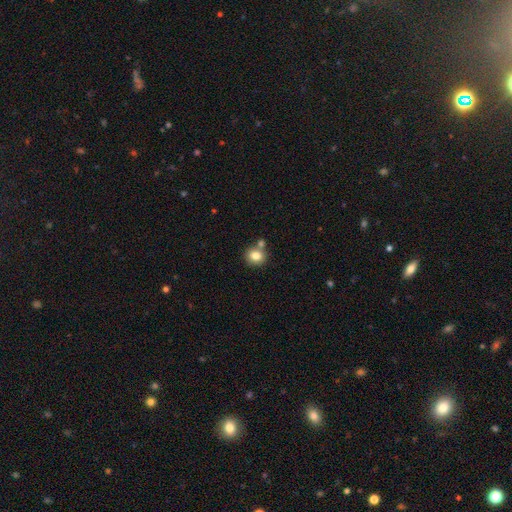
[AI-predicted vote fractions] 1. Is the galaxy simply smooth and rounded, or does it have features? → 81% smooth, 10% star or artifact, 9% featured or disk.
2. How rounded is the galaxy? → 81% round, 18% in between, 1% cigar-shaped.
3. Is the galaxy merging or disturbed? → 66% none, 21% merger, 10% minor disturbance, 3% major disturbance.